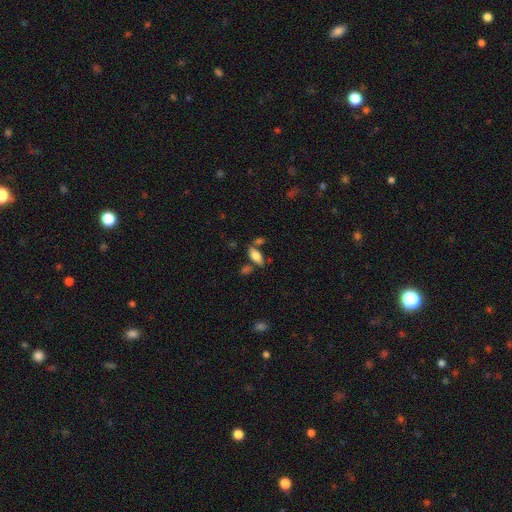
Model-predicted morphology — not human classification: Smooth or featured?
  - smooth: 71% *
  - featured or disk: 21%
  - star or artifact: 9%
How rounded?
  - in between: 80% *
  - cigar-shaped: 17%
  - round: 3%
Merging?
  - none: 68% *
  - minor disturbance: 14%
  - merger: 13%
  - major disturbance: 5%